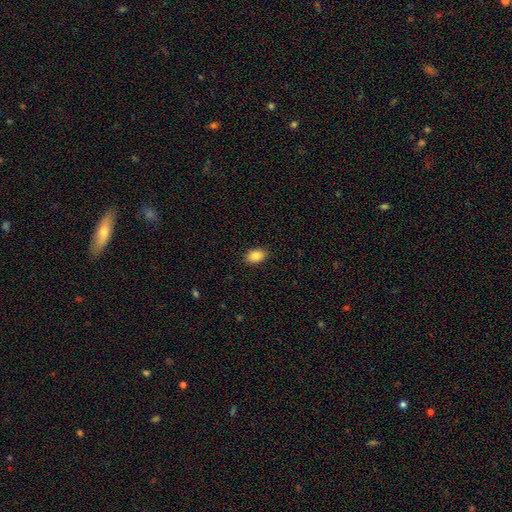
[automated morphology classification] smooth-or-featured: smooth: 86% | star or artifact: 8% | featured or disk: 6%
  how-rounded: in between: 85% | round: 13% | cigar-shaped: 1%
  merging: none: 89% | minor disturbance: 8% | major disturbance: 2% | merger: 1%